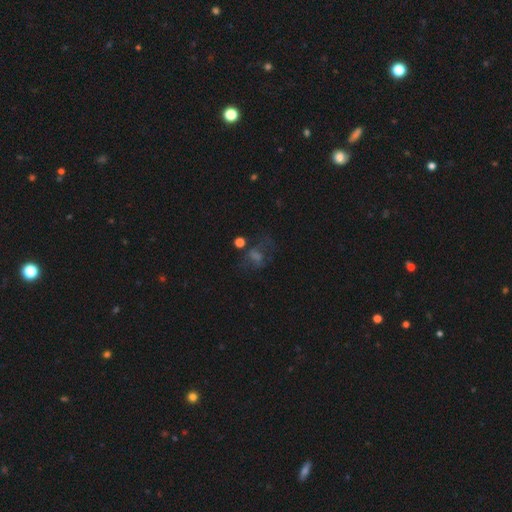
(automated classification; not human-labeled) Overall: star or artifact (37%; smooth 35%).